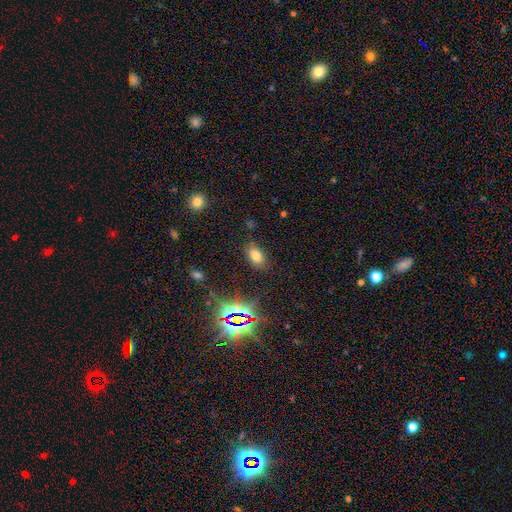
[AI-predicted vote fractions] A smooth galaxy with no disk features (71%) that is in between round and cigar-shaped (89%). Merging: none (82%).